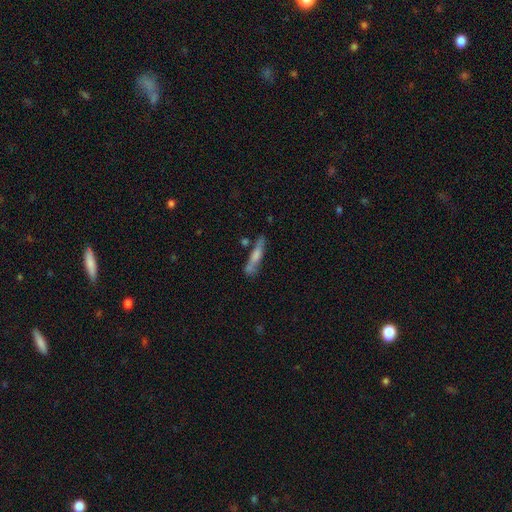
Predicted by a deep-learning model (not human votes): smooth-or-featured: smooth: 56% | featured or disk: 36% | star or artifact: 8%
  how-rounded: cigar-shaped: 87% | in between: 11% | round: 2%
  merging: none: 61% | minor disturbance: 20% | merger: 12% | major disturbance: 7%